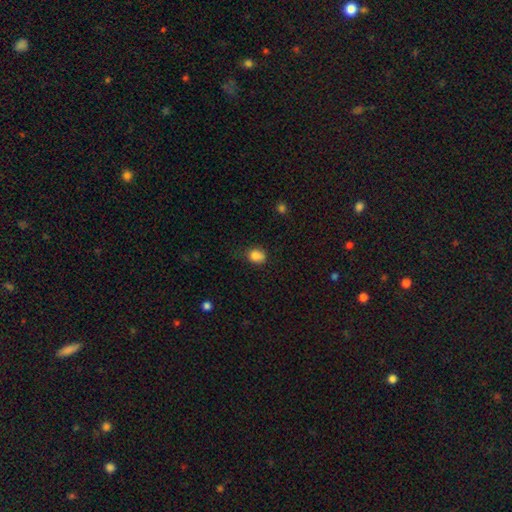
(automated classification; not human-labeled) smooth_or_featured: smooth (p=0.86) [alt: star or artifact p=0.10]
how_rounded: in between (p=0.51) [alt: round p=0.48]
merging: none (p=0.68) [alt: minor disturbance p=0.25]